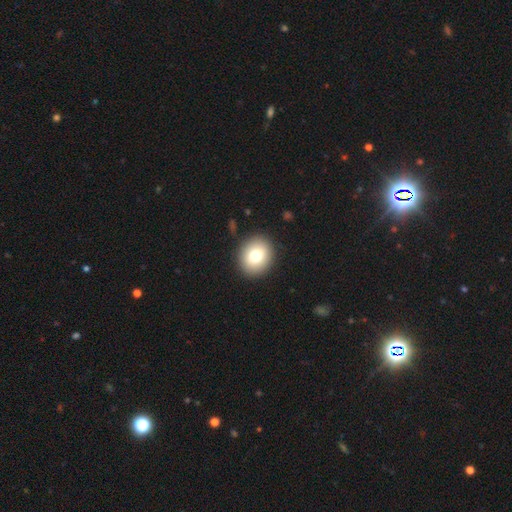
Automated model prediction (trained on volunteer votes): smooth 77%, featured or disk 14%, star or artifact 9%. Down the decision tree: how rounded — round (74%); merging — none (90%).